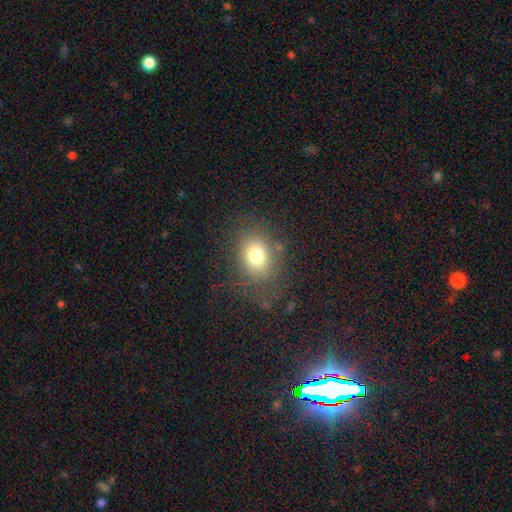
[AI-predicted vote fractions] Smooth or featured: smooth — 74% (featured or disk — 13%)
How rounded: in between — 58% (round — 41%)
Merging: none — 70% (minor disturbance — 16%)